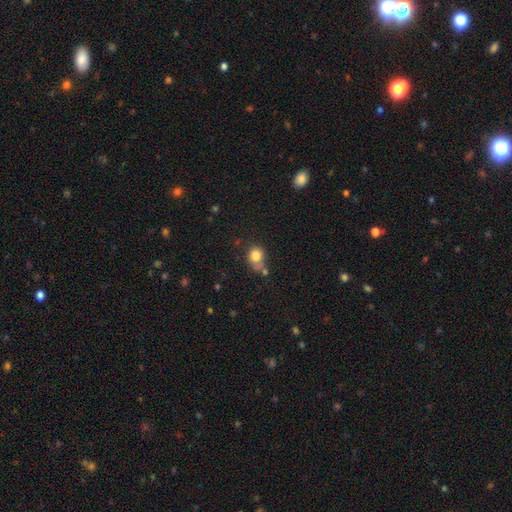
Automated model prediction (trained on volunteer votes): Smooth or featured: smooth — 81% (star or artifact — 10%)
How rounded: round — 68% (in between — 31%)
Merging: none — 49% (minor disturbance — 21%)